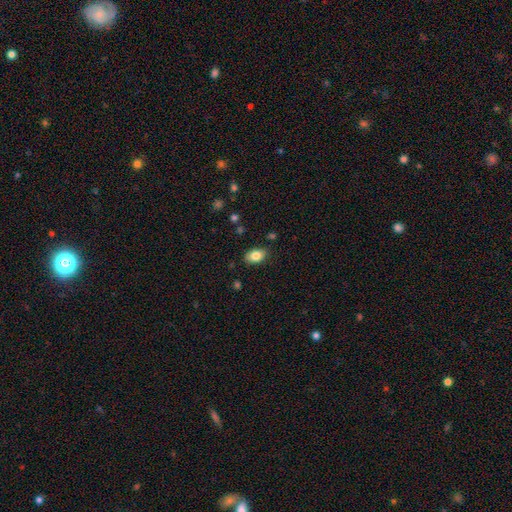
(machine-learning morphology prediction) This is clearly a smooth galaxy (83%). How rounded: clearly in between (85%). Merging: clearly none (85%).